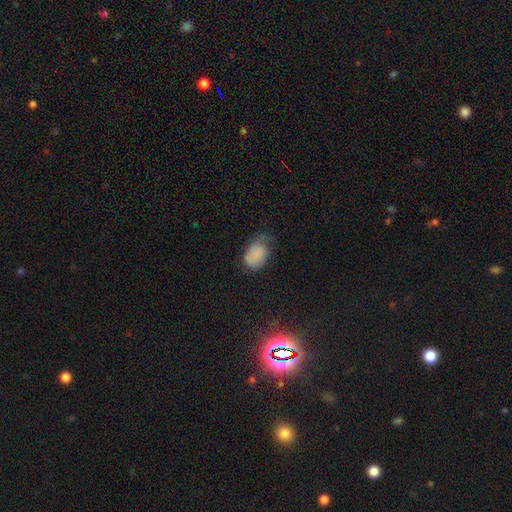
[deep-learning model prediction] Smooth or featured? Predicted: smooth (p=0.71). How rounded? Predicted: in between (p=0.81). Merging? Predicted: minor disturbance (p=0.38).